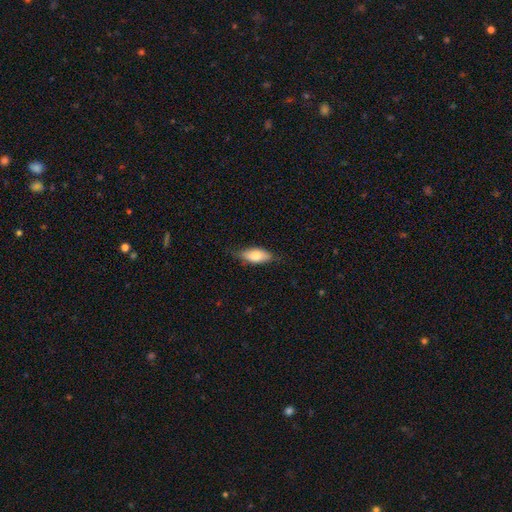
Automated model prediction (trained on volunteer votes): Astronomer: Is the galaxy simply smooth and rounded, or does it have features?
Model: smooth — 75%.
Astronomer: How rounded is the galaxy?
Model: in between — 82%.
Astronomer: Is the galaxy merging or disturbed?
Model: none — 72%.